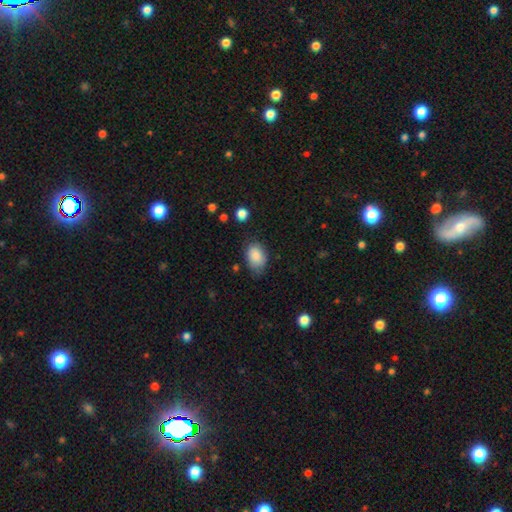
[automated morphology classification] A smooth galaxy with no disk features (87%) that is in between round and cigar-shaped (84%).

Vote fractions:
- Smooth or featured? smooth: 87% / star or artifact: 7% / featured or disk: 6%
- How rounded? in between: 84% / round: 15% / cigar-shaped: 1%
- Merging? none: 68% / minor disturbance: 25% / major disturbance: 5% / merger: 2%